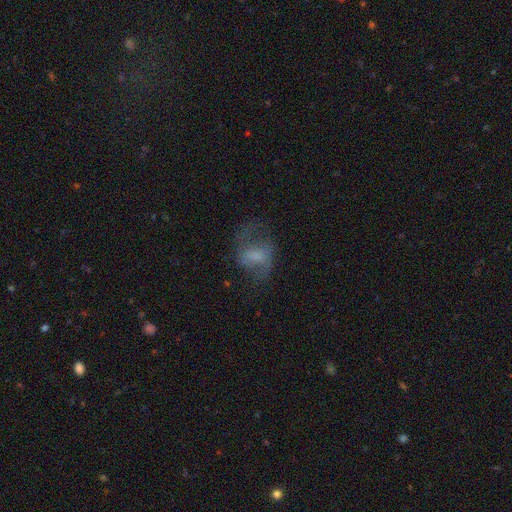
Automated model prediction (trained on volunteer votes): A featured or disk galaxy (51%). Merging: none (44%).